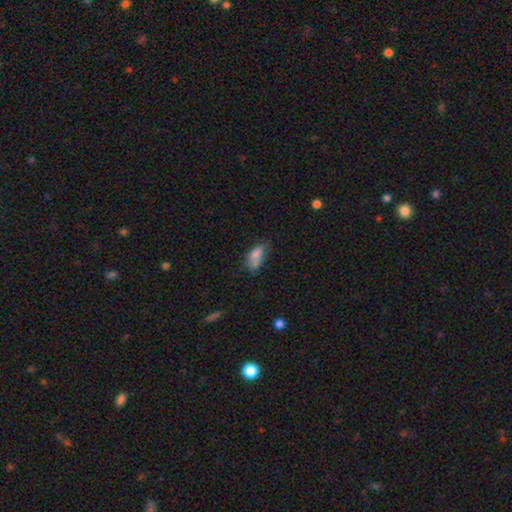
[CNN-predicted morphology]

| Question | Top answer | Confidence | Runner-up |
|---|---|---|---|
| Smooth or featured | smooth | 75% | featured or disk (15%) |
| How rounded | in between | 85% | cigar-shaped (10%) |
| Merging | none | 37% | minor disturbance (29%) |